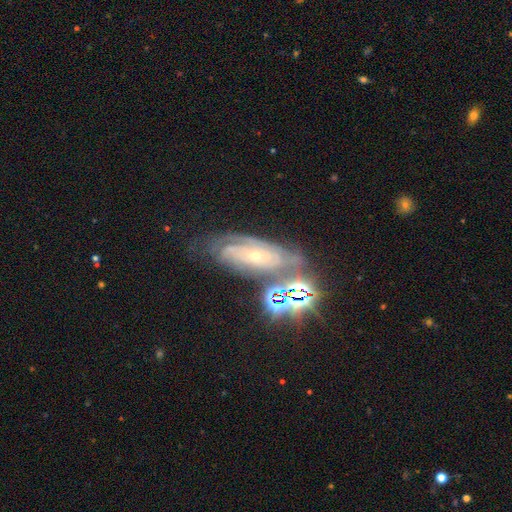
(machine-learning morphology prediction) The model was most divided on "spiral arm count": can't tell: 43%, 2: 21%, 3: 17%, 4: 8%, more than 4: 6%, 1: 5%. More confident: spiral arms — yes (94%); edge-on disk — no (92%); bulge size — small (77%); spiral winding — tight (72%); smooth or featured — featured or disk (72%); bar — no (70%); merging — none (63%).